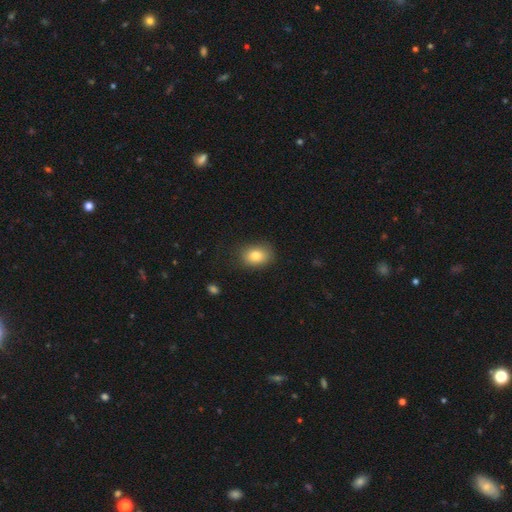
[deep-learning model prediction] Q: Smooth or featured?
A: smooth (80%); runner-up: featured or disk (10%)
Q: How rounded?
A: in between (63%); runner-up: round (36%)
Q: Merging?
A: none (82%); runner-up: minor disturbance (13%)